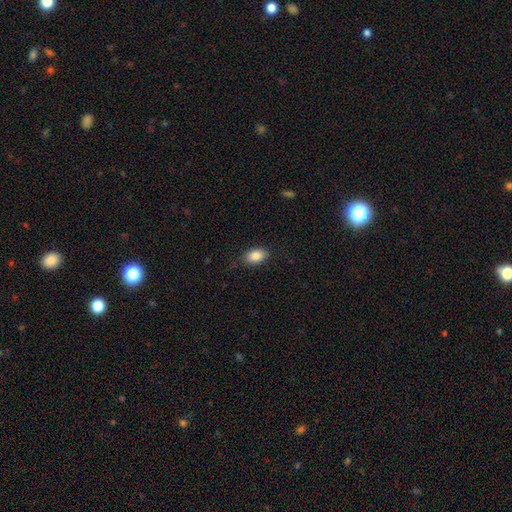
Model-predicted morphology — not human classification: smooth_or_featured: smooth (p=0.87) [alt: star or artifact p=0.08]
how_rounded: in between (p=0.87) [alt: round p=0.11]
merging: none (p=0.83) [alt: minor disturbance p=0.13]